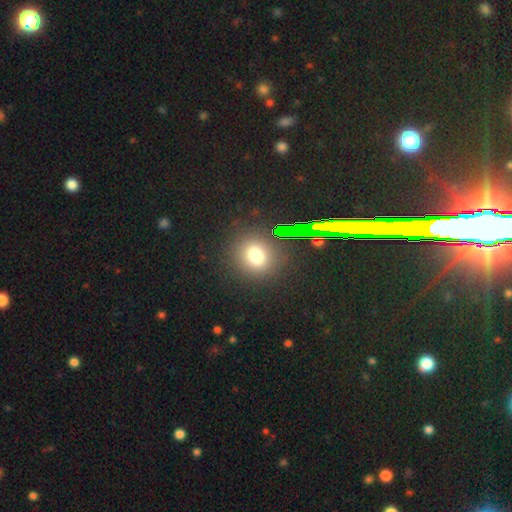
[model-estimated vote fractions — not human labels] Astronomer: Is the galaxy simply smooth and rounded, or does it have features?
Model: smooth — 71%.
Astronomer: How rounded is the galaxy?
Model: round — 73%.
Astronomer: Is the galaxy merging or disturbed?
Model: none — 85%.